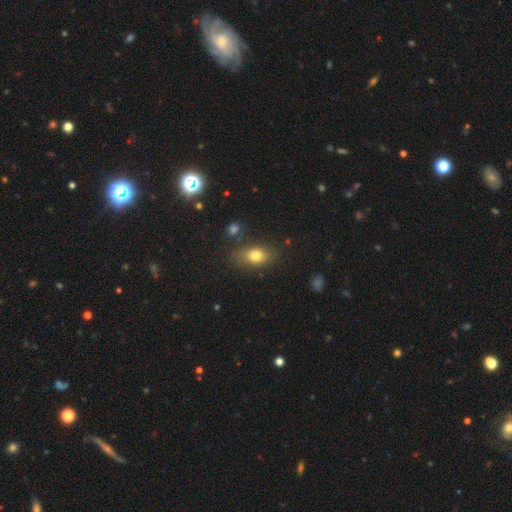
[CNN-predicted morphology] smooth_or_featured: smooth (p=0.79) [alt: featured or disk p=0.11]
how_rounded: in between (p=0.82) [alt: round p=0.14]
merging: none (p=0.77) [alt: minor disturbance p=0.14]